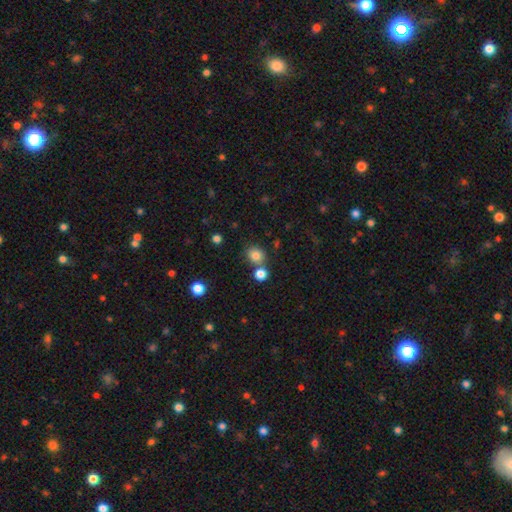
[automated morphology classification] Q: Smooth or featured?
A: smooth (81%); runner-up: star or artifact (13%)
Q: How rounded?
A: round (77%); runner-up: in between (23%)
Q: Merging?
A: none (68%); runner-up: merger (20%)